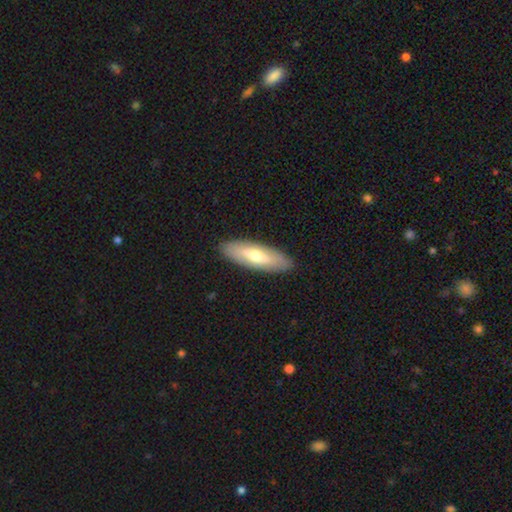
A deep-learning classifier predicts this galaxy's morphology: A smooth galaxy with no disk features (53%) that is in between round and cigar-shaped (54%). Merging: none (89%).